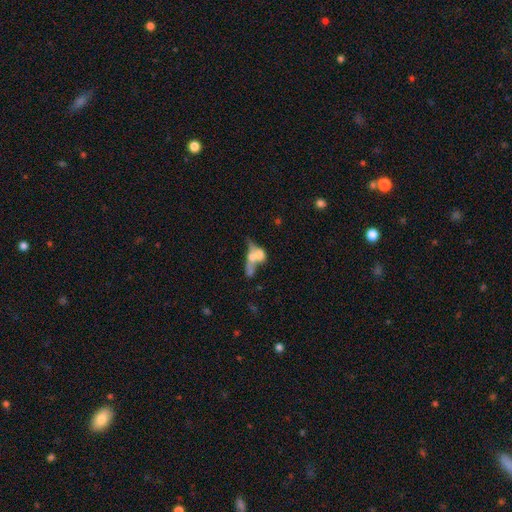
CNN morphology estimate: Smooth or featured? Predicted: smooth (p=0.46). Merging? Predicted: merger (p=0.63).